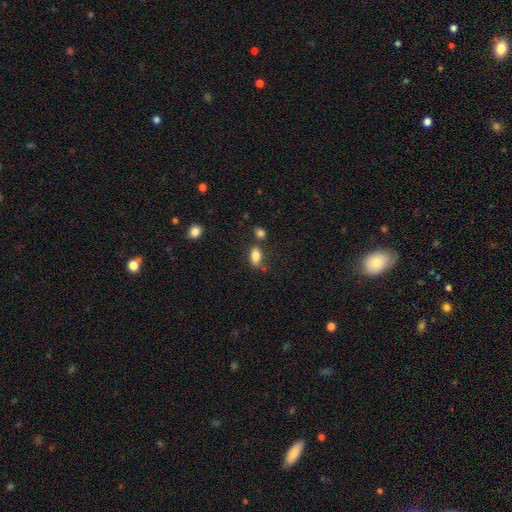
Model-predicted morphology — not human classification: A smooth galaxy with no disk features (84%) that is in between round and cigar-shaped (88%).

Vote fractions:
- Smooth or featured? smooth: 84% / star or artifact: 9% / featured or disk: 7%
- How rounded? in between: 88% / round: 7% / cigar-shaped: 5%
- Merging? none: 64% / minor disturbance: 16% / merger: 16% / major disturbance: 5%